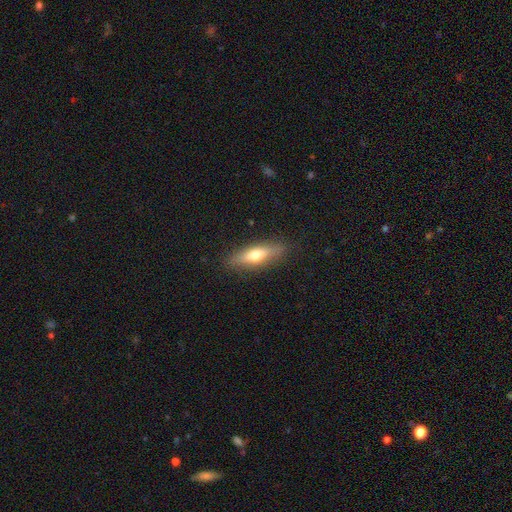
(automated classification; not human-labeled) Overall: smooth (58%; featured or disk 35%). How rounded: cigar-shaped (59%; in between 39%). Merging: none (86%).